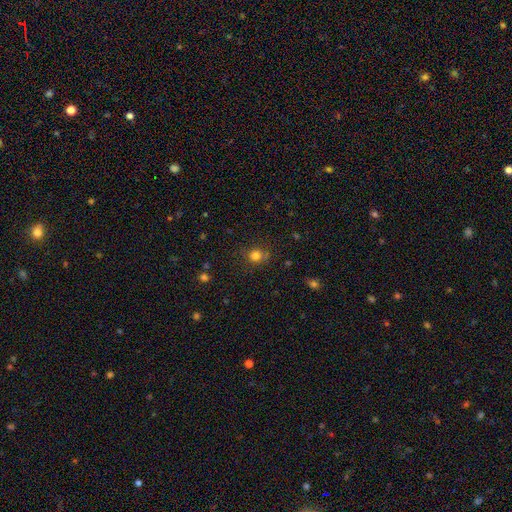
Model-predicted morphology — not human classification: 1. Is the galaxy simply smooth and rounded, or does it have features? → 79% smooth, 15% star or artifact, 6% featured or disk.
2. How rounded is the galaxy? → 85% round, 14% in between, 1% cigar-shaped.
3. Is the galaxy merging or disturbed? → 76% none, 15% minor disturbance, 5% major disturbance, 5% merger.